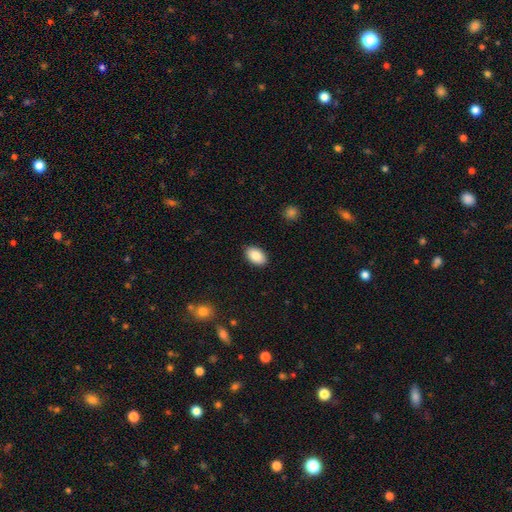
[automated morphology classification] The model was most divided on "smooth or featured": smooth: 87%, star or artifact: 7%, featured or disk: 6%. More confident: how rounded — in between (93%); merging — none (89%).